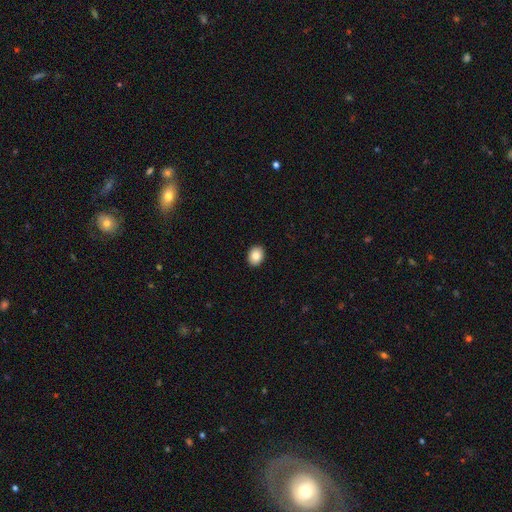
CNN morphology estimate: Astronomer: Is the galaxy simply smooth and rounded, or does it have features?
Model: smooth — 85%.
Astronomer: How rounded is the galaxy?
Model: in between — 61% (runner-up: round, 38%).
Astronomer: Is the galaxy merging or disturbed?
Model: none — 92%.